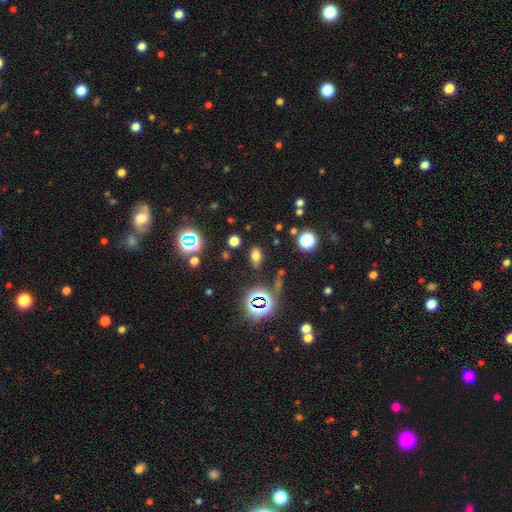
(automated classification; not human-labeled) A smooth galaxy with no disk features (64%) that is in between round and cigar-shaped (81%).

Vote fractions:
- Smooth or featured? smooth: 64% / star or artifact: 26% / featured or disk: 10%
- How rounded? in between: 81% / round: 16% / cigar-shaped: 3%
- Merging? none: 81% / minor disturbance: 11% / merger: 4% / major disturbance: 4%